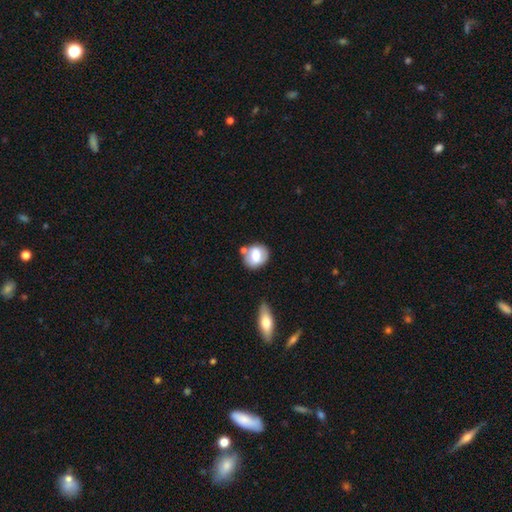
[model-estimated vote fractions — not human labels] The model was most divided on "how rounded": round: 64%, in between: 34%, cigar-shaped: 1%. More confident: smooth or featured — smooth (66%); merging — none (63%).